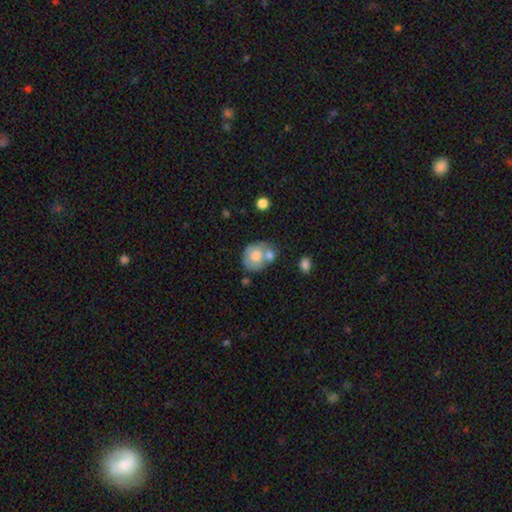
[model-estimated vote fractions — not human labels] A smooth galaxy with no disk features (65%) that is round (65%).

Vote fractions:
- Smooth or featured? smooth: 65% / featured or disk: 28% / star or artifact: 7%
- How rounded? round: 65% / in between: 34% / cigar-shaped: 1%
- Merging? merger: 42% / none: 37% / minor disturbance: 15% / major disturbance: 6%